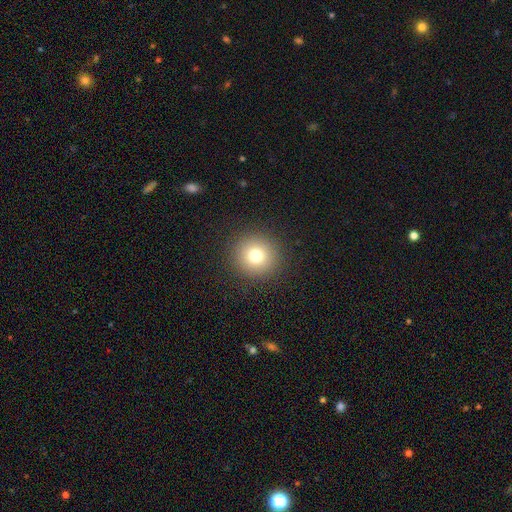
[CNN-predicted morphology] This appears to be a smooth galaxy with no disk features (77%) that is round (94%). Merging: none (92%).